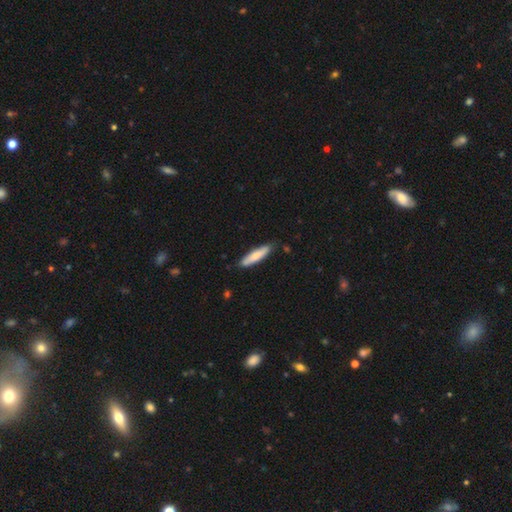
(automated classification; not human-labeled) This appears to be a smooth galaxy with no disk features (75%) that is cigar-shaped (79%). Merging: none (83%).